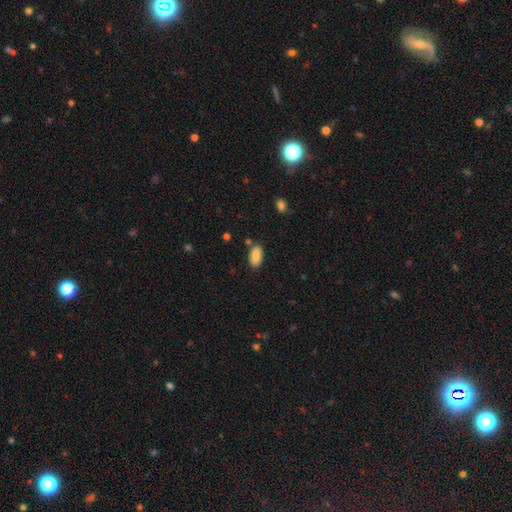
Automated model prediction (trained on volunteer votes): The model was most divided on "merging": none: 79%, minor disturbance: 14%, merger: 5%, major disturbance: 3%. More confident: how rounded — in between (94%); smooth or featured — smooth (84%).